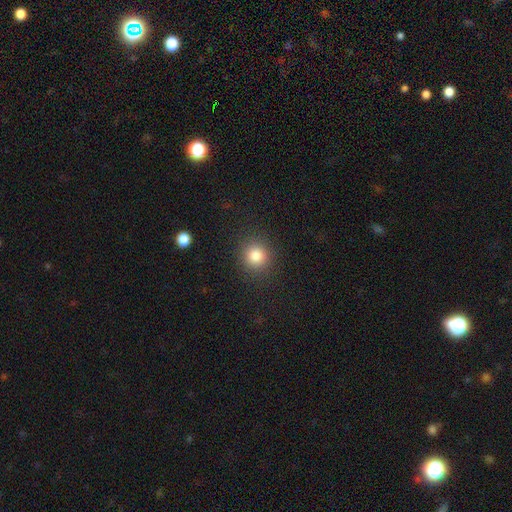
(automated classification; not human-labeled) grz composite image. It shows a smooth galaxy with no disk features (84%) that is round (90%). Merging: none (89%).